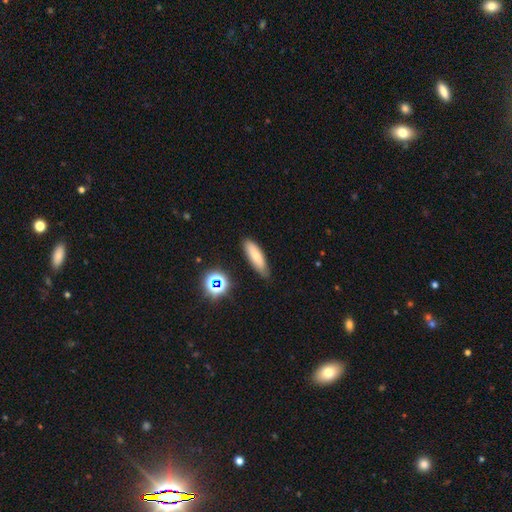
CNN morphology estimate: Q: Smooth or featured?
A: smooth (71%); runner-up: featured or disk (18%)
Q: How rounded?
A: cigar-shaped (54%); runner-up: in between (44%)
Q: Merging?
A: none (73%); runner-up: minor disturbance (20%)